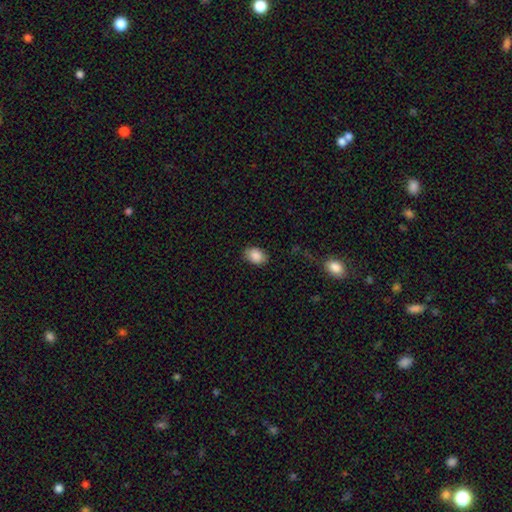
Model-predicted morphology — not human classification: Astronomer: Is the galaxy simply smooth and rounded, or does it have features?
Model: smooth — 88%.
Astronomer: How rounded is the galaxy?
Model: in between — 84%.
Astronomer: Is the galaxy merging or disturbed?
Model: none — 85%.